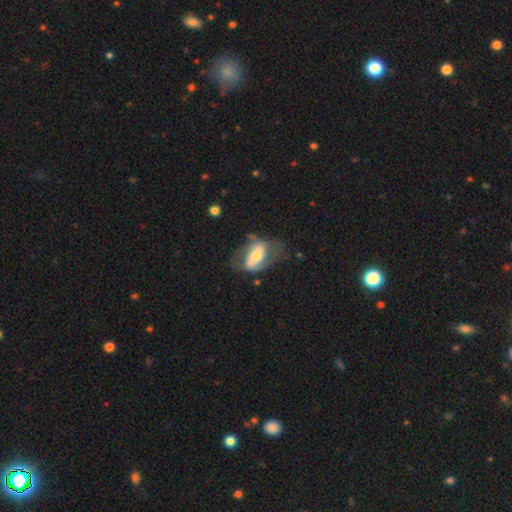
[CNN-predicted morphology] This appears to be a featured or disk galaxy (56%) with a strong bar (42%), spiral arms (63%) and a moderate central bulge (51%). Merging: none (45%).